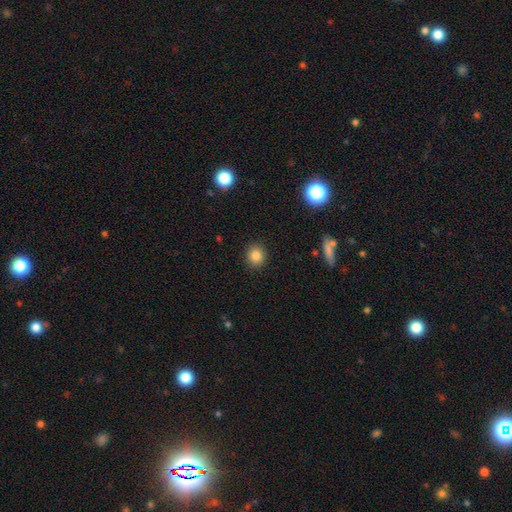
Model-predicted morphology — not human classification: type=smooth (84%); roundness=round (84%); merging=none (91%).